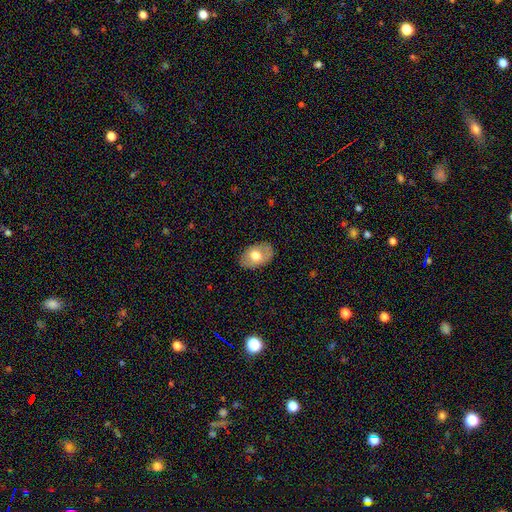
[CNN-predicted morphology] A smooth galaxy with no disk features (64%) that is in between round and cigar-shaped (86%). Merging: none (84%).